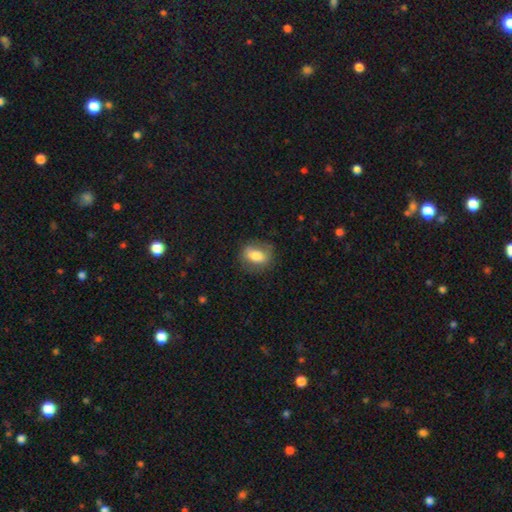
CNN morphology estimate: Smooth or featured? smooth (74%)
How rounded? in between (75%)
Merging? none (74%)